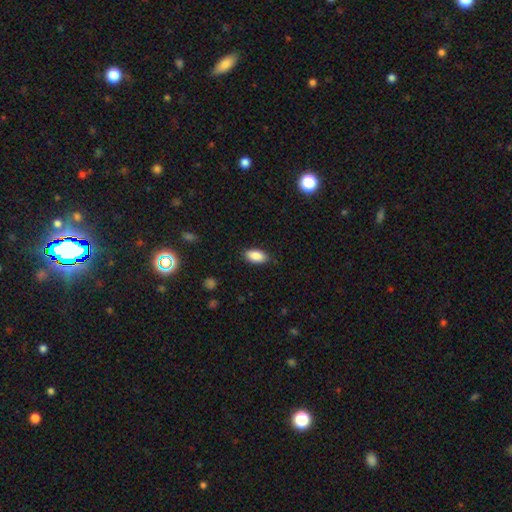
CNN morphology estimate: Overall: smooth (89%). How rounded: in between (93%). Merging: none (86%).